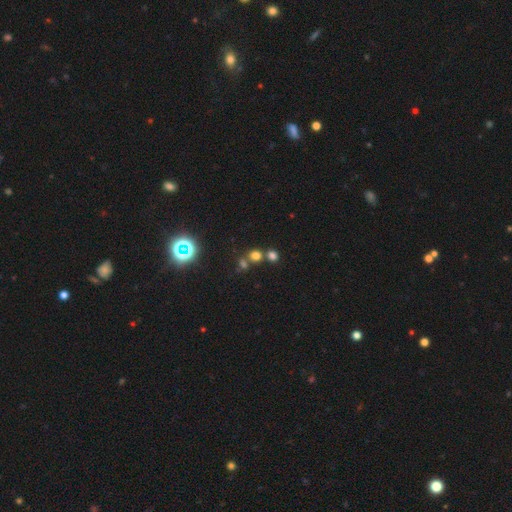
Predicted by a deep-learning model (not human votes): Q: Smooth or featured?
A: smooth (63%); runner-up: star or artifact (30%)
Q: How rounded?
A: round (80%); runner-up: in between (18%)
Q: Merging?
A: none (57%); runner-up: merger (31%)